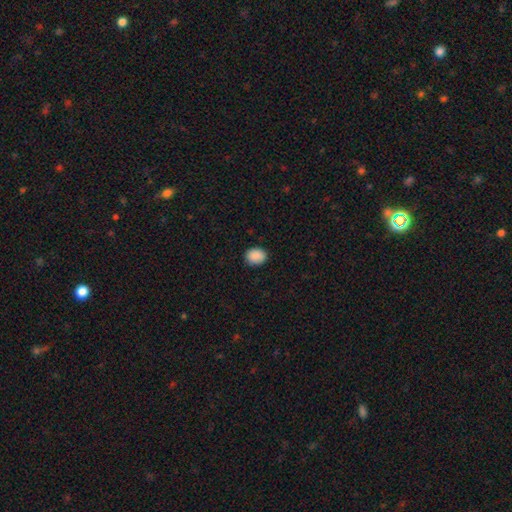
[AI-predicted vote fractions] Smooth or featured?
  - smooth: 90% *
  - star or artifact: 8%
  - featured or disk: 2%
How rounded?
  - in between: 53% *
  - round: 46%
  - cigar-shaped: 1%
Merging?
  - none: 88% *
  - minor disturbance: 9%
  - major disturbance: 2%
  - merger: 1%